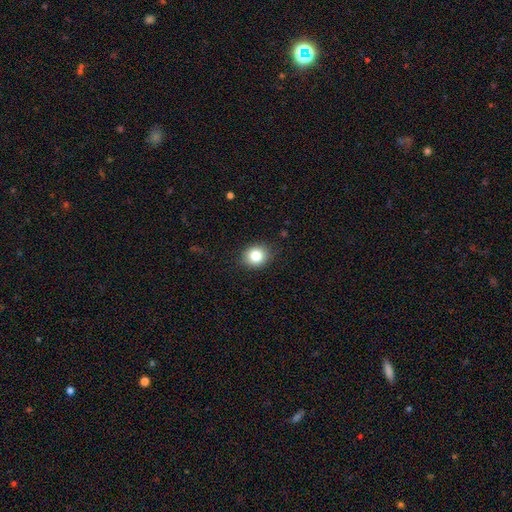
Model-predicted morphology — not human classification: Smooth or featured?
  - smooth: 83% *
  - star or artifact: 10%
  - featured or disk: 7%
How rounded?
  - round: 77% *
  - in between: 23%
  - cigar-shaped: 1%
Merging?
  - none: 88% *
  - minor disturbance: 9%
  - major disturbance: 2%
  - merger: 1%